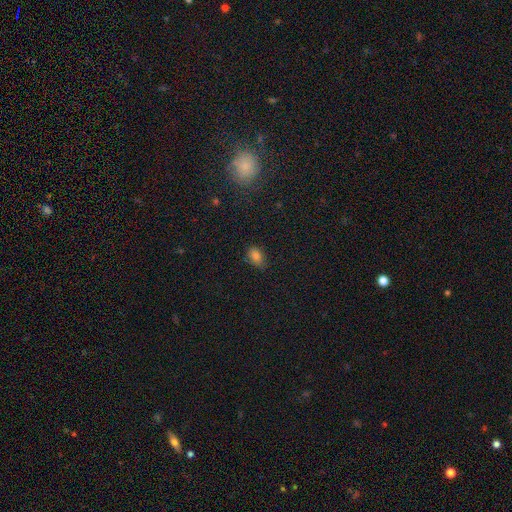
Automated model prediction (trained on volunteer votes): This appears to be a smooth galaxy with no disk features (80%) that is in between round and cigar-shaped (82%). Merging: none (75%).